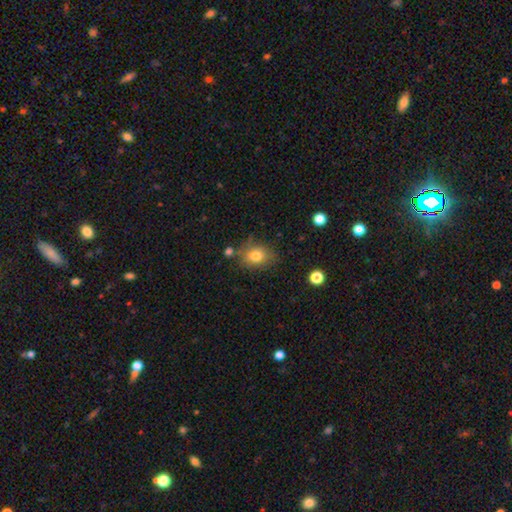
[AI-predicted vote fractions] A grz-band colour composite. It shows a smooth galaxy with no disk features (78%) that is in between round and cigar-shaped (53%). Merging: none (71%).